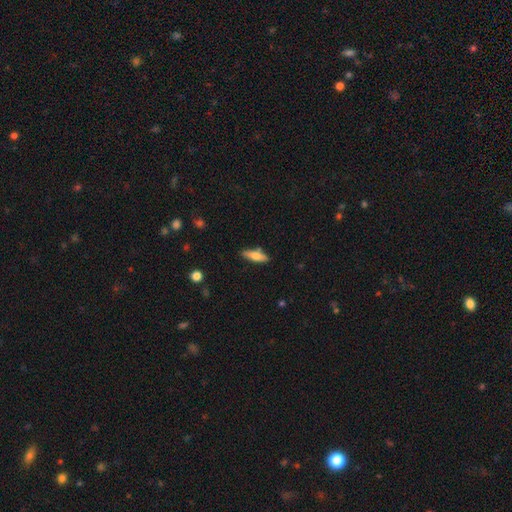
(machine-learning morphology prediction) smooth_or_featured: smooth (p=0.66) [alt: featured or disk p=0.28]
how_rounded: cigar-shaped (p=0.59) [alt: in between p=0.39]
merging: none (p=0.80) [alt: minor disturbance p=0.13]